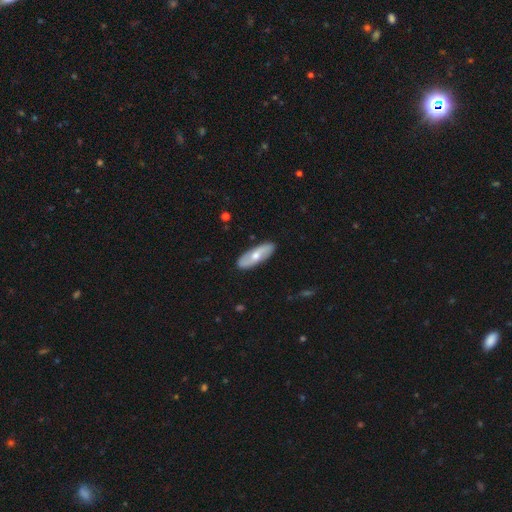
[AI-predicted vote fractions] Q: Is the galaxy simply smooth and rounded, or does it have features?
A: featured or disk — 53%.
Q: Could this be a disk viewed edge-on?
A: no — 76%.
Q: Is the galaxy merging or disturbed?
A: none — 88%.